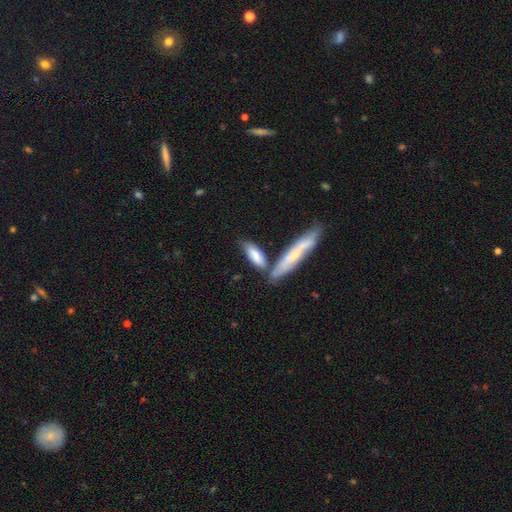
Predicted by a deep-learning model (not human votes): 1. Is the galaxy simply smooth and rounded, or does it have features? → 73% smooth, 22% featured or disk, 6% star or artifact.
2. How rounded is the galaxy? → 51% cigar-shaped, 47% in between, 2% round.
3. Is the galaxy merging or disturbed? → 47% none, 31% merger, 17% minor disturbance, 5% major disturbance.